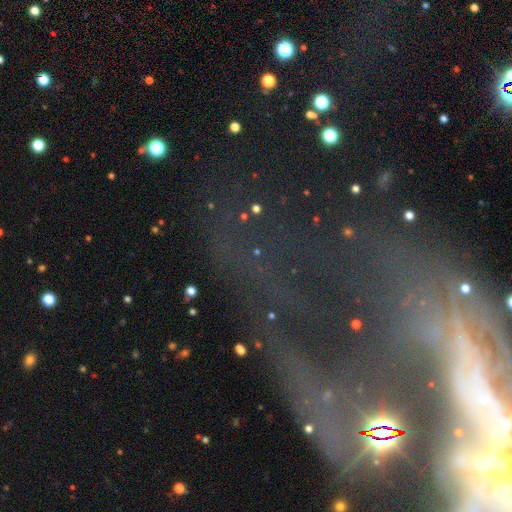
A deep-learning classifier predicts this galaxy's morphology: Overall: featured or disk (46%; star or artifact 37%). Merging: none (45%; major disturbance 28%).